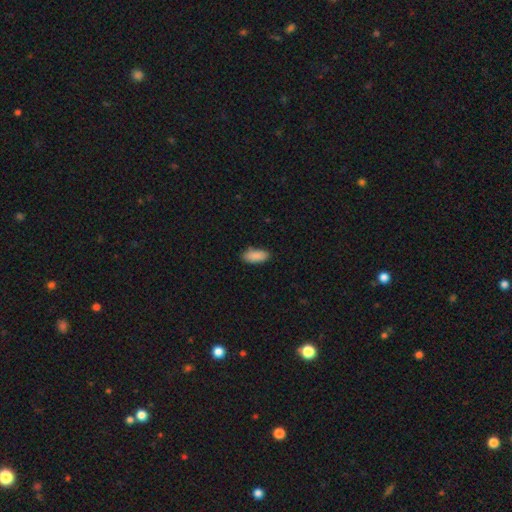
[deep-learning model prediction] Smooth or featured? smooth (90%)
How rounded? in between (87%)
Merging? none (86%)